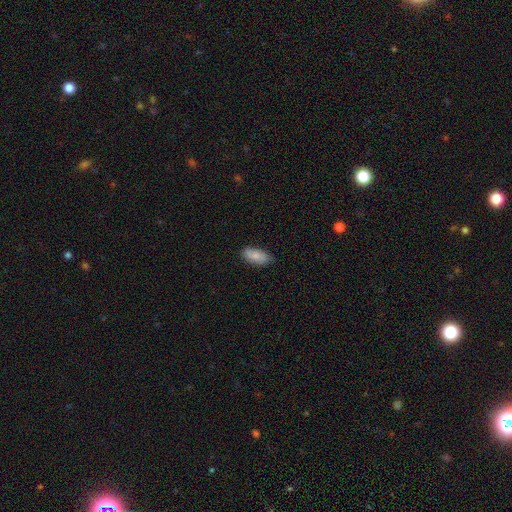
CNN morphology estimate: smooth_or_featured: smooth (p=0.83) [alt: featured or disk p=0.11]
how_rounded: in between (p=0.90) [alt: cigar-shaped p=0.08]
merging: none (p=0.80) [alt: minor disturbance p=0.16]